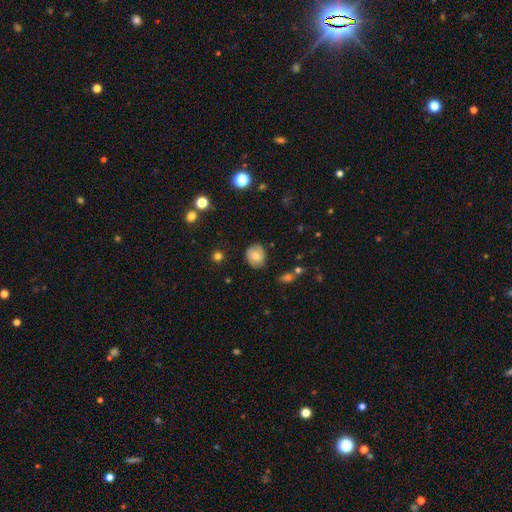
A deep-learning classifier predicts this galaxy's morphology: type=smooth (59%); roundness=round (73%); merging=none (77%).